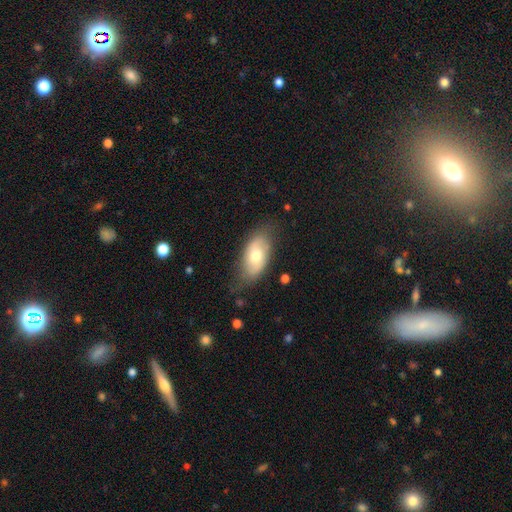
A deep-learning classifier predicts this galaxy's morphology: This appears to be a smooth galaxy with no disk features (60%) that is in between round and cigar-shaped (92%). Merging: none (70%).